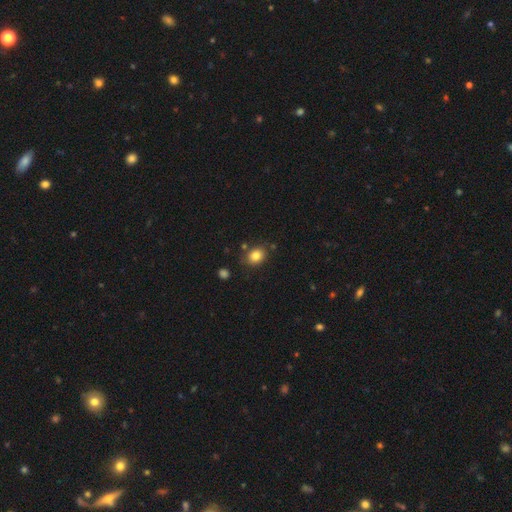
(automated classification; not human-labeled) This is clearly a smooth galaxy (83%). How rounded: possibly round (51%). Merging: likely none (79%).